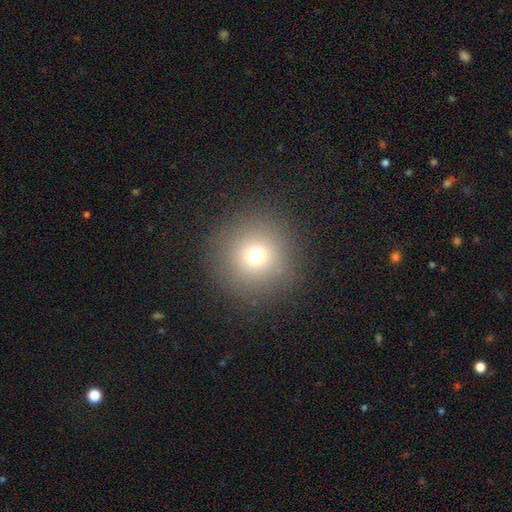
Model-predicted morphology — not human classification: This is likely a smooth galaxy (71%). How rounded: clearly round (95%). Merging: clearly none (90%).